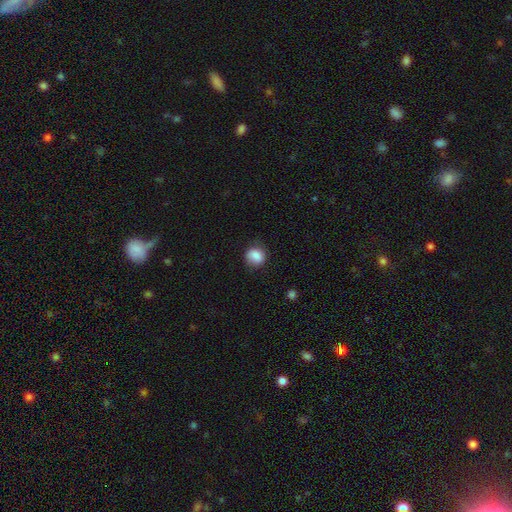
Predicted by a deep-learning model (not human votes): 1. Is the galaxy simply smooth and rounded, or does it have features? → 85% smooth, 8% star or artifact, 7% featured or disk.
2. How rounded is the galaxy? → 76% round, 23% in between, 1% cigar-shaped.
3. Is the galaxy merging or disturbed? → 76% none, 18% minor disturbance, 5% major disturbance, 1% merger.